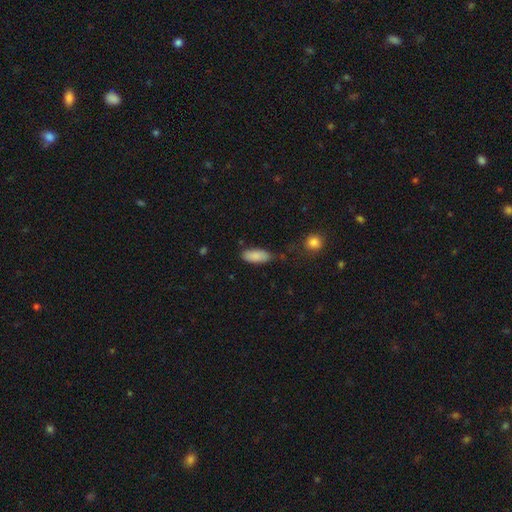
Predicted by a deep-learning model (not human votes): smooth_or_featured: smooth (p=0.87) [alt: star or artifact p=0.07]
how_rounded: in between (p=0.85) [alt: cigar-shaped p=0.13]
merging: none (p=0.73) [alt: minor disturbance p=0.19]